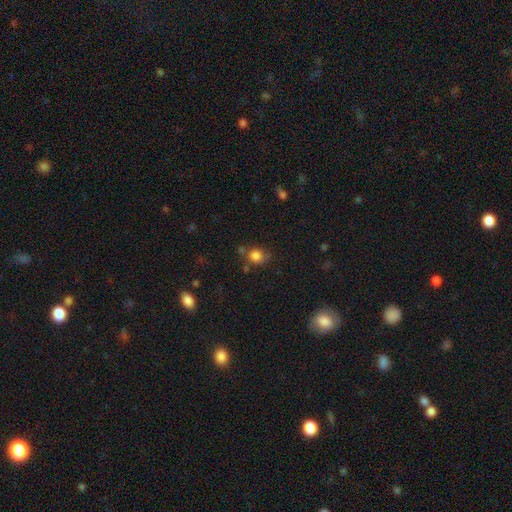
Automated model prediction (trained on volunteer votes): Morphology: type=smooth (82%); roundness=round (72%); merging=none (65%).